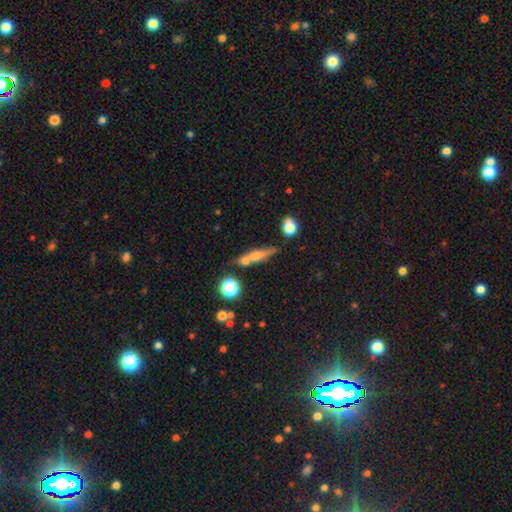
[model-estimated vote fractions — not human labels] Overall: smooth (46%; featured or disk 43%). Merging: none (63%).